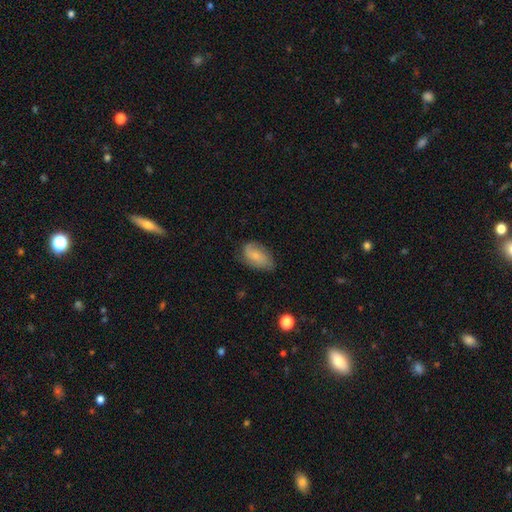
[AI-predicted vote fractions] smooth 63%, featured or disk 30%, star or artifact 7%. Down the decision tree: how rounded — in between (91%); merging — none (62%).